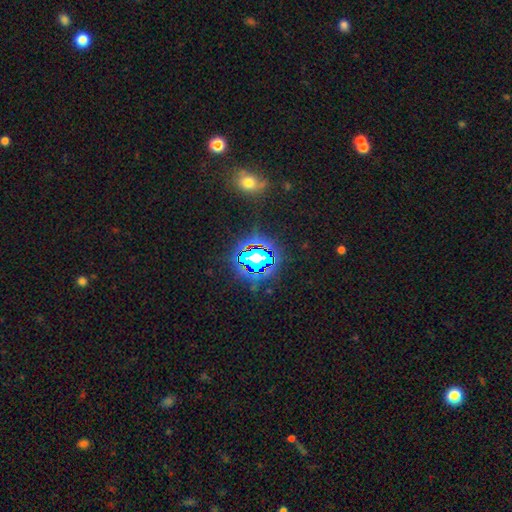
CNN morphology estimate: Smooth or featured? Predicted: star or artifact (p=0.72).